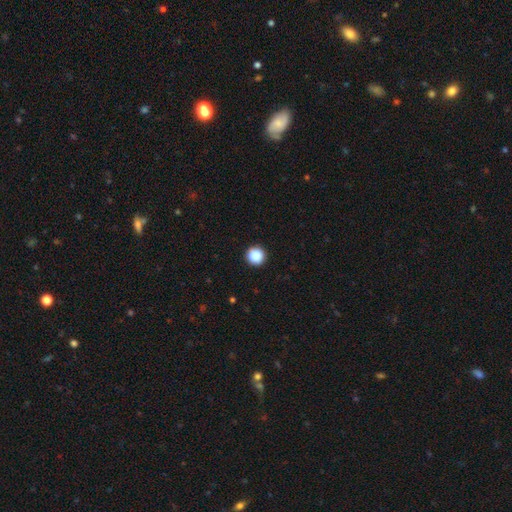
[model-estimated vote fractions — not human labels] Smooth or featured?
  - smooth: 88% *
  - star or artifact: 9%
  - featured or disk: 3%
How rounded?
  - round: 96% *
  - in between: 3%
  - cigar-shaped: 1%
Merging?
  - none: 93% *
  - minor disturbance: 5%
  - major disturbance: 1%
  - merger: 1%